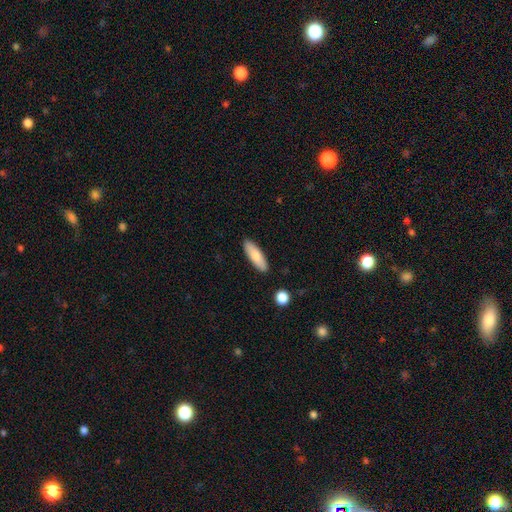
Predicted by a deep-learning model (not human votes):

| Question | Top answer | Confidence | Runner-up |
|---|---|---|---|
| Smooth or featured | smooth | 79% | featured or disk (15%) |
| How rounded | in between | 52% | cigar-shaped (46%) |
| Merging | none | 88% | minor disturbance (8%) |